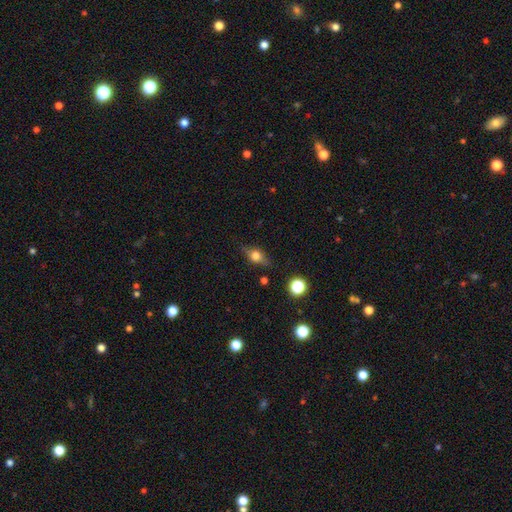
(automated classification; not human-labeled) Smooth or featured?
  - smooth: 55% *
  - featured or disk: 34%
  - star or artifact: 11%
How rounded?
  - in between: 64% *
  - round: 23%
  - cigar-shaped: 13%
Merging?
  - none: 78% *
  - minor disturbance: 16%
  - major disturbance: 4%
  - merger: 2%